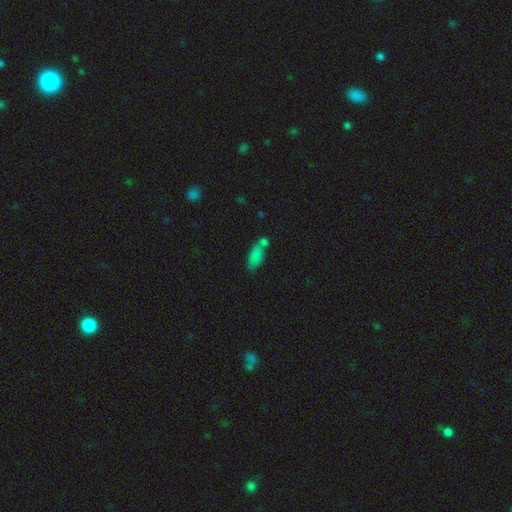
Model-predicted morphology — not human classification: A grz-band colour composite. It shows a smooth galaxy with no disk features (80%) that is in between round and cigar-shaped (83%). Merging: none (43%).